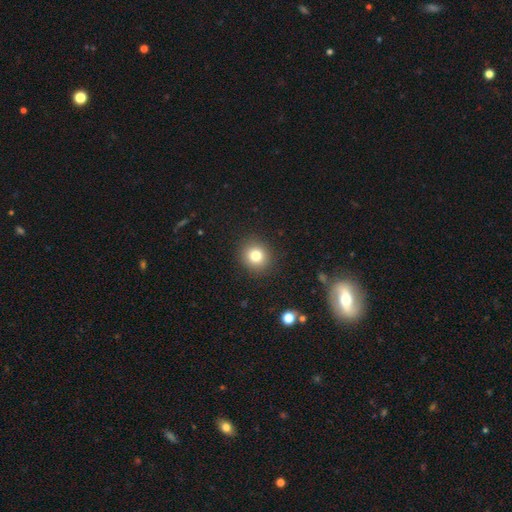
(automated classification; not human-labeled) The model was most divided on "smooth or featured": smooth: 80%, star or artifact: 12%, featured or disk: 8%. More confident: merging — none (91%); how rounded — round (88%).